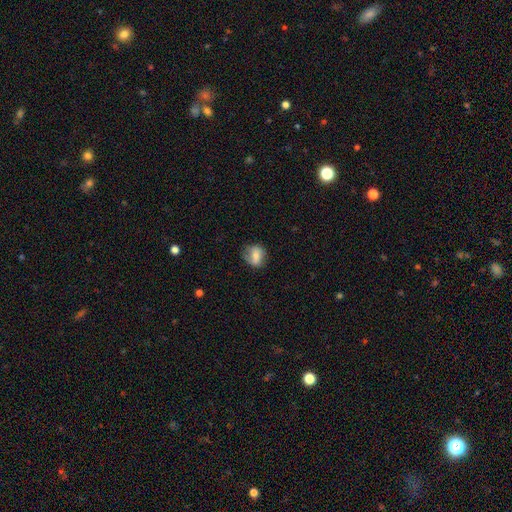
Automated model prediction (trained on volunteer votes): Smooth or featured? smooth (62%)
How rounded? round (66%)
Merging? none (69%)